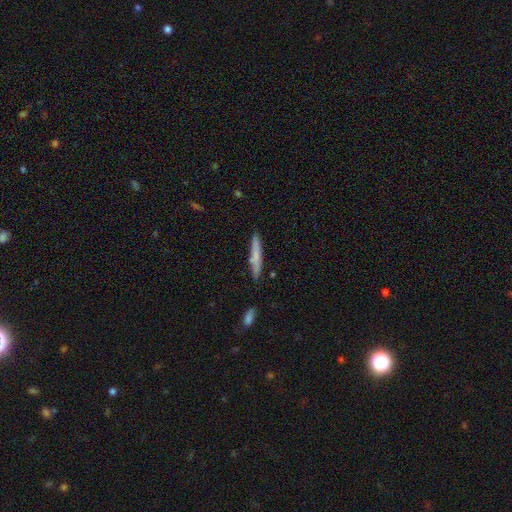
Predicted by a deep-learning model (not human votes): This appears to be a smooth galaxy with no disk features (67%) that is cigar-shaped (94%). Merging: none (82%).